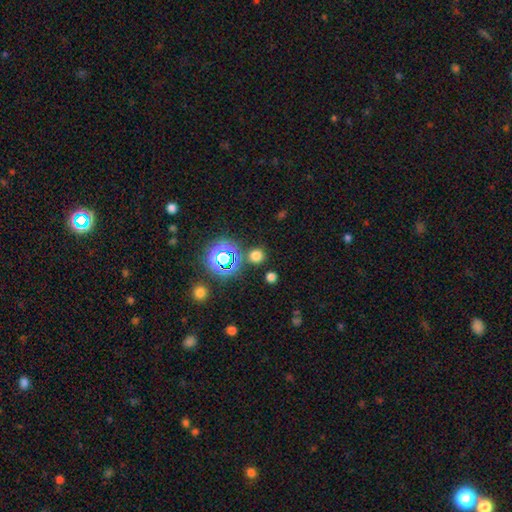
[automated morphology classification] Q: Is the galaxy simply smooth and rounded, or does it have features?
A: smooth — 66%.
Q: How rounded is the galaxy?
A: round — 89%.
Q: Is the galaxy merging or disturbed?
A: none — 81%.